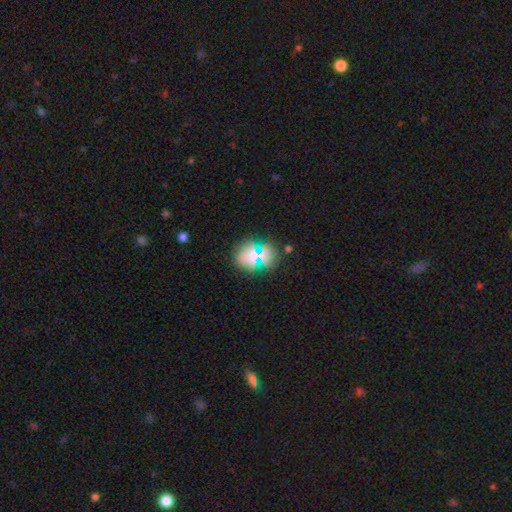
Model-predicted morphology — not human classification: smooth 62%, star or artifact 25%, featured or disk 13%. Down the decision tree: how rounded — round (69%); merging — none (71%).